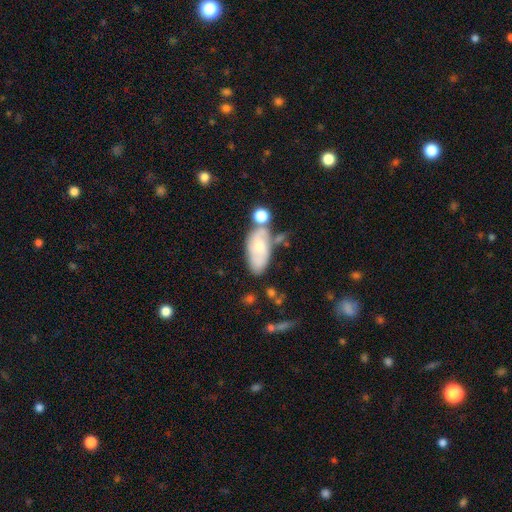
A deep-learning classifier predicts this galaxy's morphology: featured or disk 55%, smooth 39%, star or artifact 7%. Down the decision tree: edge-on disk — no (92%); bar — no (66%); spiral arms — yes (73%); bulge size — moderate (54%); merging — none (40%).